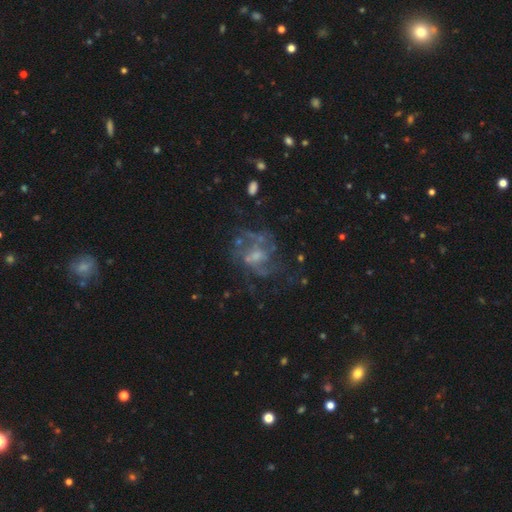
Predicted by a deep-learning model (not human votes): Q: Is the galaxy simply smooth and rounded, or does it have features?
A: featured or disk — 72%.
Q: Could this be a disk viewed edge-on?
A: no — 98%.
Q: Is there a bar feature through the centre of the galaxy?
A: no — 63%.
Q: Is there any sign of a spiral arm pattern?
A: yes — 61%.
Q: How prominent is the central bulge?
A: small — 43%.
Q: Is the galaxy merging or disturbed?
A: none — 48%.